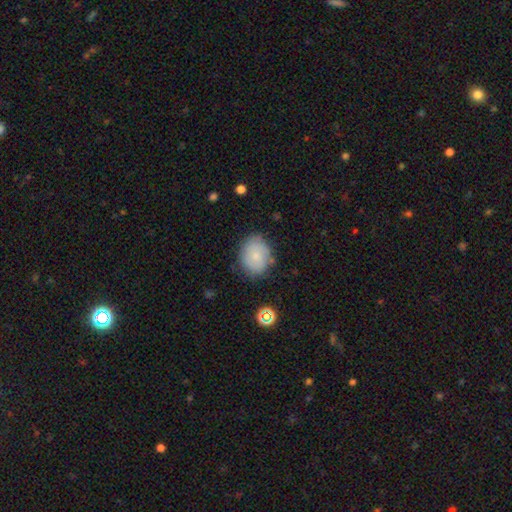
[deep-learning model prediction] Smooth or featured? smooth (73%)
How rounded? round (51%)
Merging? none (73%)